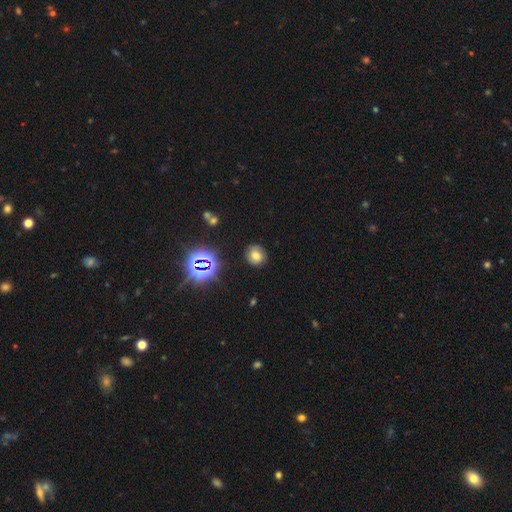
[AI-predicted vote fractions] A smooth galaxy with no disk features (66%) that is round (82%).

Vote fractions:
- Smooth or featured? smooth: 66% / star or artifact: 21% / featured or disk: 13%
- How rounded? round: 82% / in between: 17% / cigar-shaped: 1%
- Merging? none: 84% / minor disturbance: 11% / major disturbance: 3% / merger: 2%